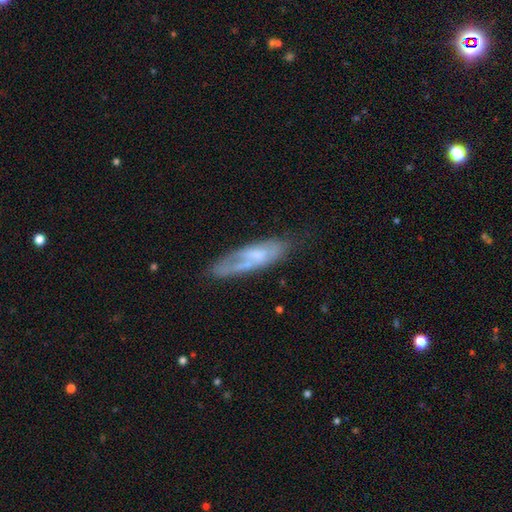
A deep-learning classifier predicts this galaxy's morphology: Smooth or featured? Predicted: featured or disk (p=0.50). Merging? Predicted: none (p=0.53).